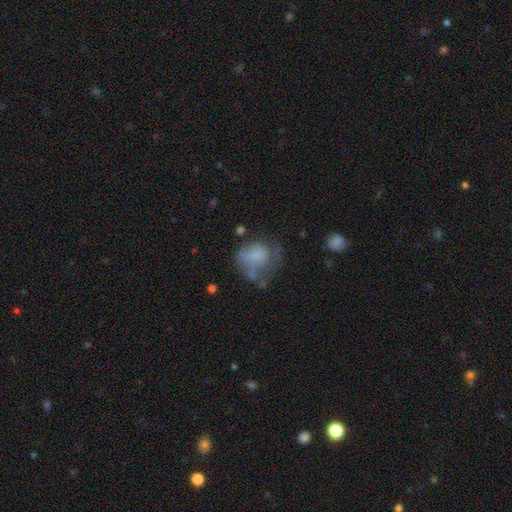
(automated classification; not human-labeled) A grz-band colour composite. It shows a smooth galaxy with no disk features (56%) that is round (64%). Merging: major disturbance (40%).